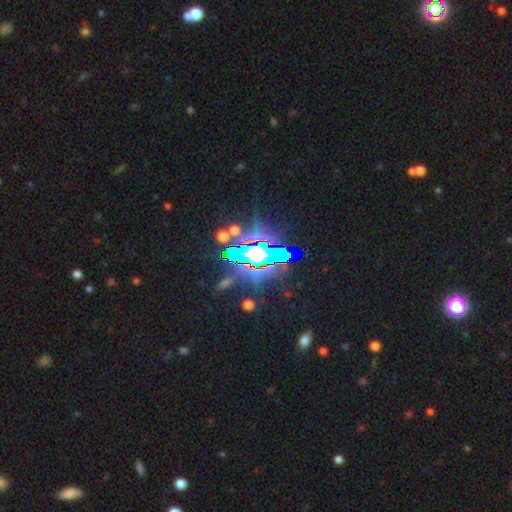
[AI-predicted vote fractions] Q: Smooth or featured?
A: star or artifact (64%); runner-up: smooth (18%)